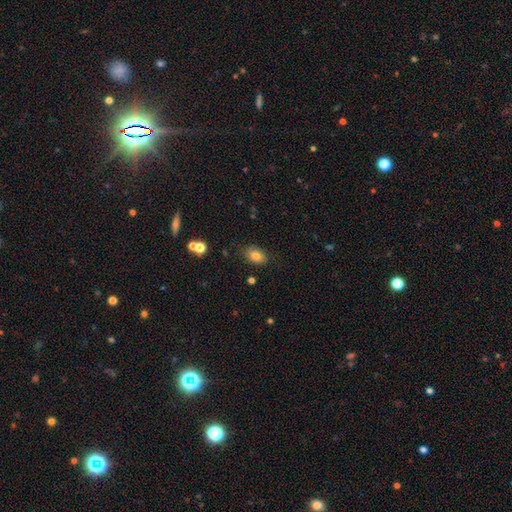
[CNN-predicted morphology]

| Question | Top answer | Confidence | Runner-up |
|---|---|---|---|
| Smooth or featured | smooth | 82% | star or artifact (9%) |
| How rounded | in between | 87% | round (12%) |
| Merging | none | 82% | minor disturbance (13%) |